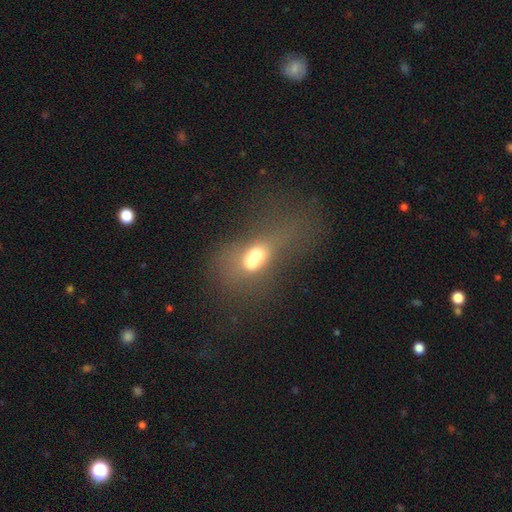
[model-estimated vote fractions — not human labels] A smooth galaxy with no disk features (48%). Merging: major disturbance (37%).